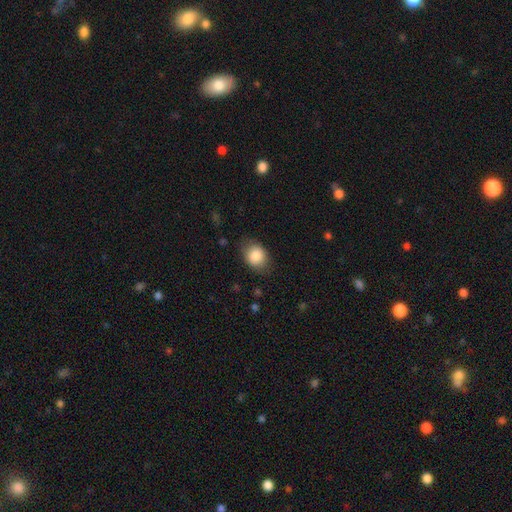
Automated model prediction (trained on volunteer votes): Morphology: type=smooth (86%); roundness=in between (51%); merging=none (76%).